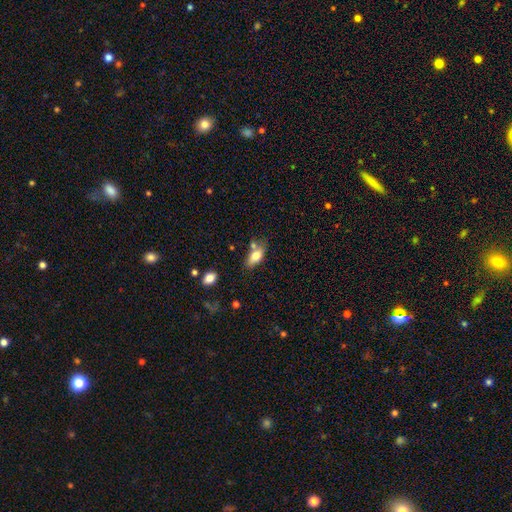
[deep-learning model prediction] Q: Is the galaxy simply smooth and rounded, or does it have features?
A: smooth — 76%.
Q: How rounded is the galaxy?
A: in between — 85%.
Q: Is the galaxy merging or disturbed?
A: none — 58%.